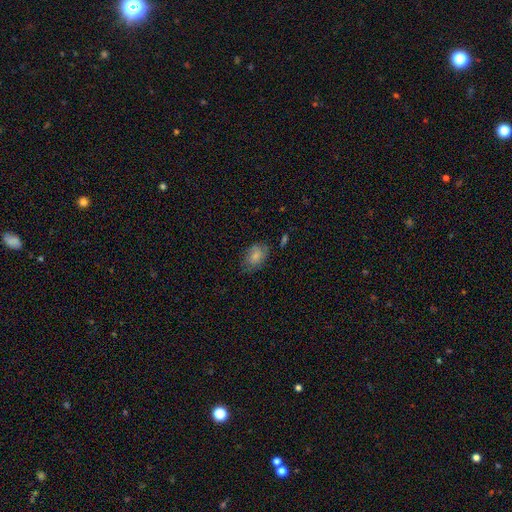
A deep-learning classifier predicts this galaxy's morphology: Q: Smooth or featured?
A: smooth (81%); runner-up: featured or disk (11%)
Q: How rounded?
A: in between (84%); runner-up: round (14%)
Q: Merging?
A: none (66%); runner-up: minor disturbance (25%)